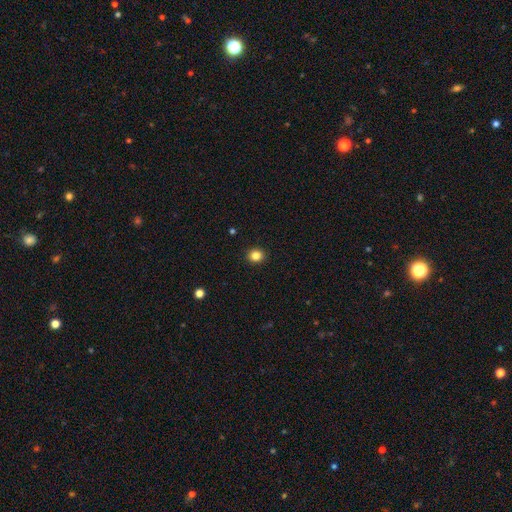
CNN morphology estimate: Smooth or featured?
  - smooth: 84% *
  - star or artifact: 12%
  - featured or disk: 4%
How rounded?
  - round: 85% *
  - in between: 14%
  - cigar-shaped: 1%
Merging?
  - none: 93% *
  - minor disturbance: 5%
  - major disturbance: 2%
  - merger: 1%